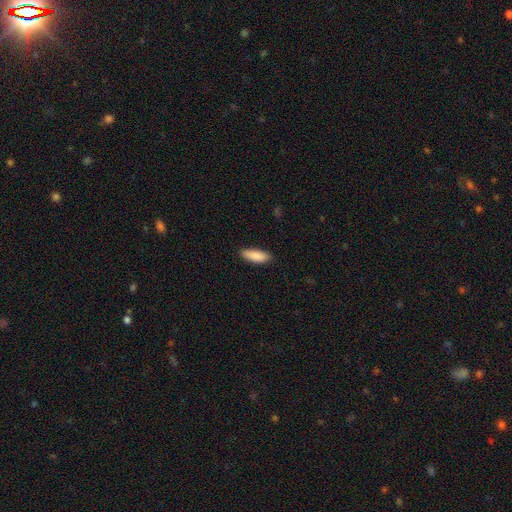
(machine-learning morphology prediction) The model was most divided on "how rounded": in between: 64%, cigar-shaped: 34%, round: 2%. More confident: smooth or featured — smooth (89%); merging — none (87%).